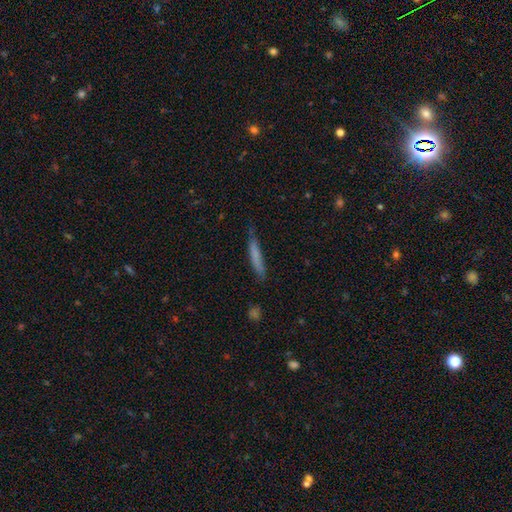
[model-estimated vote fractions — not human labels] A smooth galaxy with no disk features (68%) that is cigar-shaped (94%).

Vote fractions:
- Smooth or featured? smooth: 68% / featured or disk: 25% / star or artifact: 7%
- How rounded? cigar-shaped: 94% / in between: 5% / round: 1%
- Merging? none: 74% / minor disturbance: 20% / major disturbance: 4% / merger: 2%